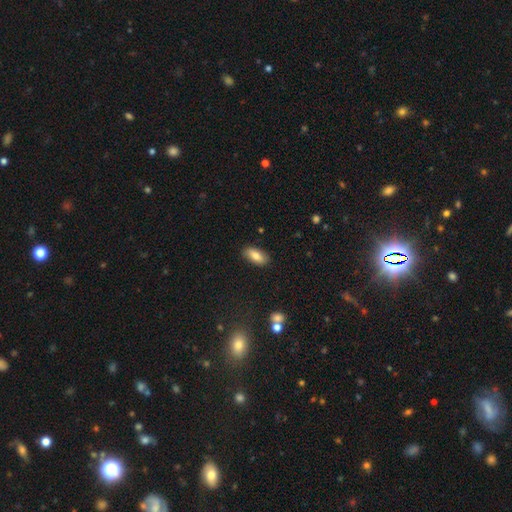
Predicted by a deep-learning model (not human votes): This is likely a smooth galaxy (78%). How rounded: clearly in between (89%). Merging: clearly none (86%).